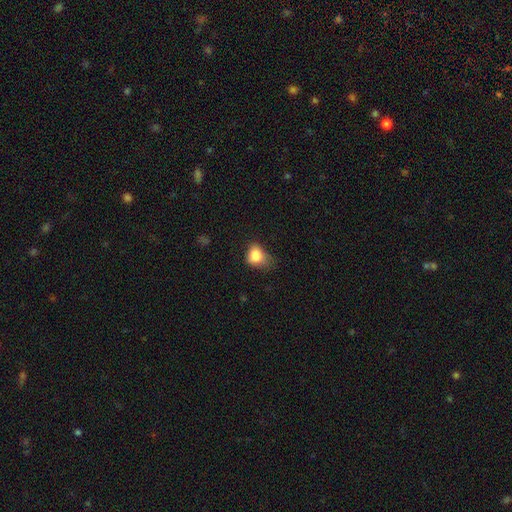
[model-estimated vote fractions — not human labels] smooth_or_featured: smooth (p=0.82) [alt: star or artifact p=0.10]
how_rounded: in between (p=0.63) [alt: round p=0.36]
merging: minor disturbance (p=0.41) [alt: none p=0.35]